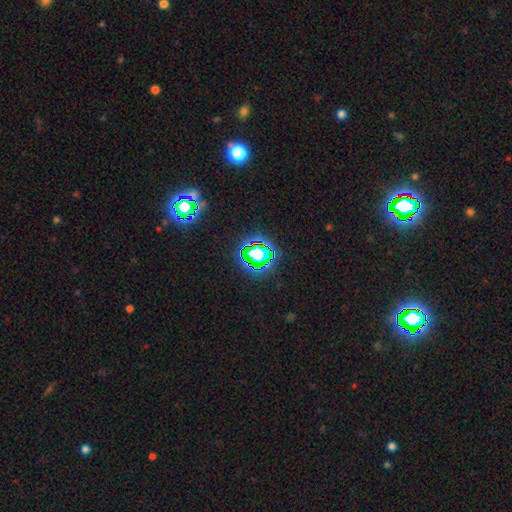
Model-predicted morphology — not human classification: Smooth or featured: star or artifact — 78% (smooth — 14%)